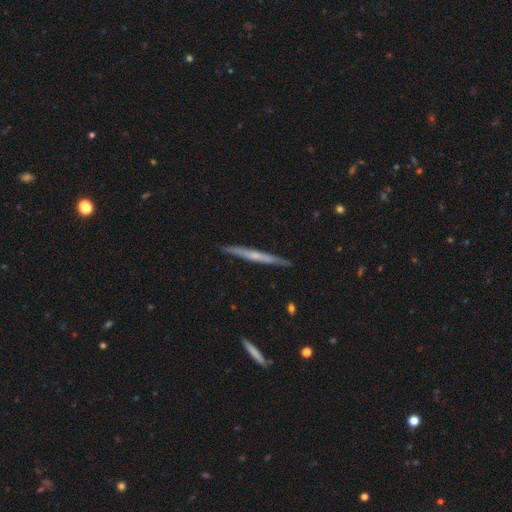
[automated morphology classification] Smooth or featured?
  - featured or disk: 57% *
  - smooth: 37%
  - star or artifact: 6%
Edge-on disk?
  - yes: 96% *
  - no: 4%
Edge-on bulge?
  - none: 61% *
  - rounded: 34%
  - boxy: 5%
Merging?
  - none: 89% *
  - minor disturbance: 8%
  - major disturbance: 1%
  - merger: 1%